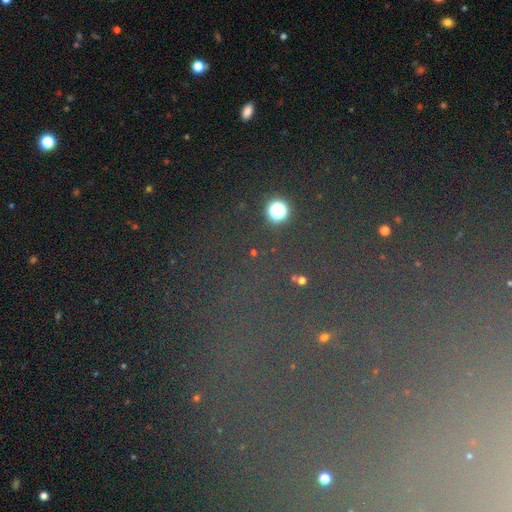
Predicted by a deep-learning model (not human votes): Morphology: type=star or artifact (74%).